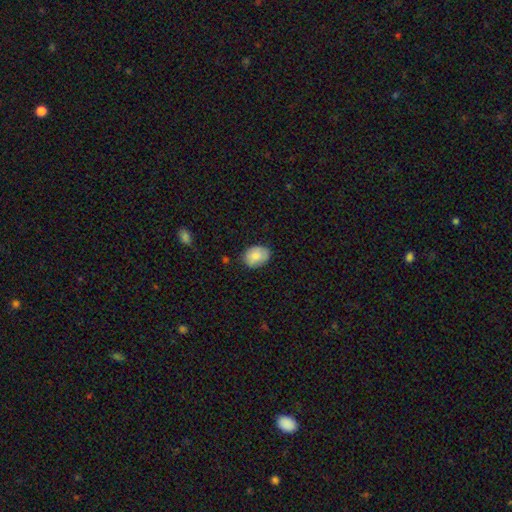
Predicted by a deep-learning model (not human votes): This is clearly a smooth galaxy (85%). How rounded: likely in between (66%). Merging: likely none (76%).